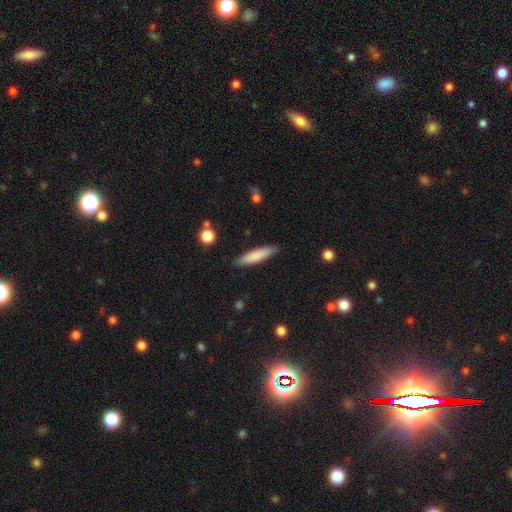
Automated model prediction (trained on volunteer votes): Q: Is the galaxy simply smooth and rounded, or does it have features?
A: smooth — 80%.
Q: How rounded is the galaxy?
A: cigar-shaped — 82%.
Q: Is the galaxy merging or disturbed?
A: none — 87%.